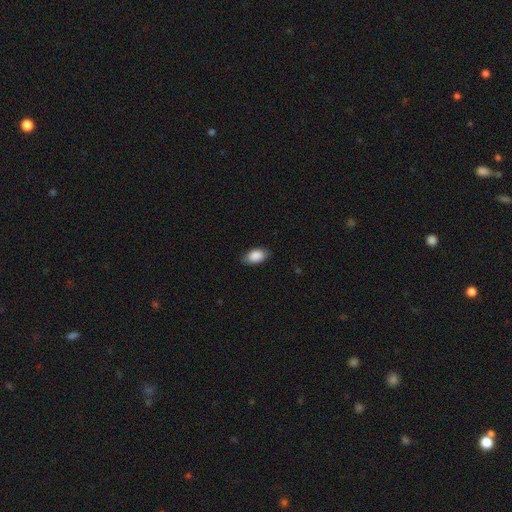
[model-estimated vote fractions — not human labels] Smooth or featured? smooth (89%)
How rounded? in between (93%)
Merging? none (81%)